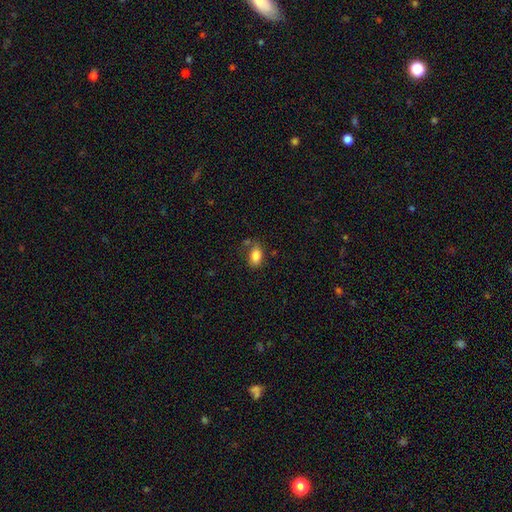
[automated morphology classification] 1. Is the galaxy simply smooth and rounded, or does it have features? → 85% smooth, 9% star or artifact, 6% featured or disk.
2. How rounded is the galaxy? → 88% in between, 10% round, 2% cigar-shaped.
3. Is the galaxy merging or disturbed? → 65% none, 21% minor disturbance, 8% merger, 7% major disturbance.